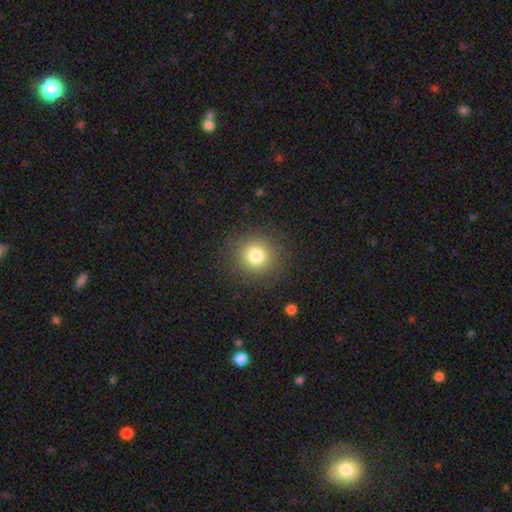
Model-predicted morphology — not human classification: Smooth or featured? smooth (79%)
How rounded? round (91%)
Merging? none (88%)